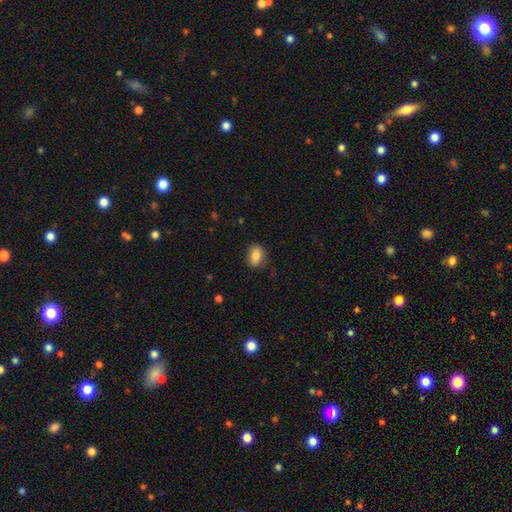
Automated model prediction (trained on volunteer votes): The model was most divided on "how rounded": in between: 80%, round: 18%, cigar-shaped: 2%. More confident: smooth or featured — smooth (85%); merging — none (79%).